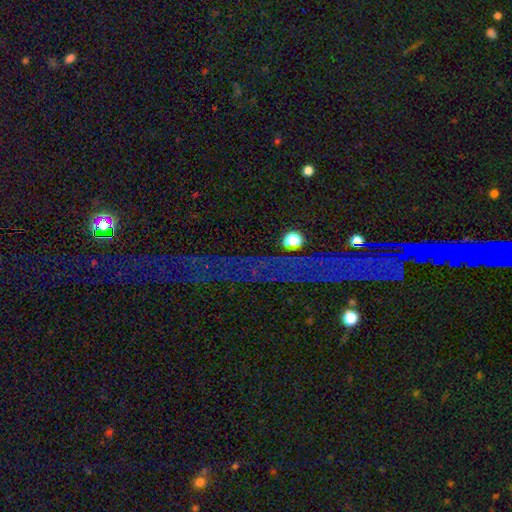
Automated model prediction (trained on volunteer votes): Q: Smooth or featured?
A: star or artifact (79%); runner-up: featured or disk (11%)